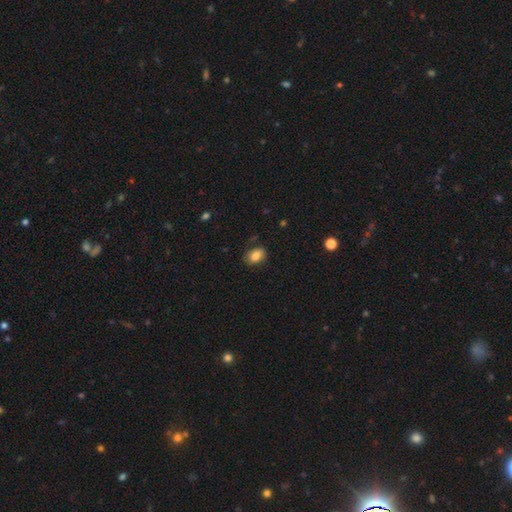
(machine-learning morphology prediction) Smooth or featured? Predicted: smooth (p=0.82). How rounded? Predicted: in between (p=0.83). Merging? Predicted: none (p=0.76).